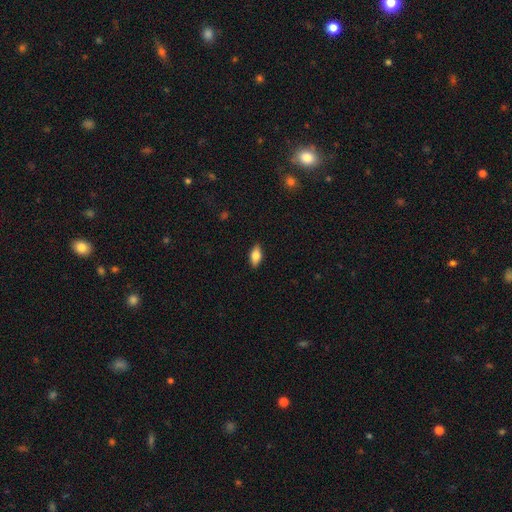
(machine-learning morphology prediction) Q: Smooth or featured?
A: smooth (77%); runner-up: featured or disk (16%)
Q: How rounded?
A: in between (88%); runner-up: cigar-shaped (8%)
Q: Merging?
A: none (89%); runner-up: minor disturbance (8%)